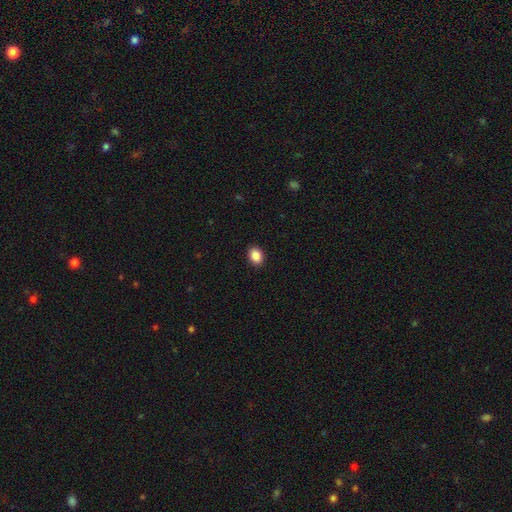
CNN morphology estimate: The model was most divided on "how rounded": in between: 69%, round: 30%, cigar-shaped: 1%. More confident: merging — none (91%); smooth or featured — smooth (88%).